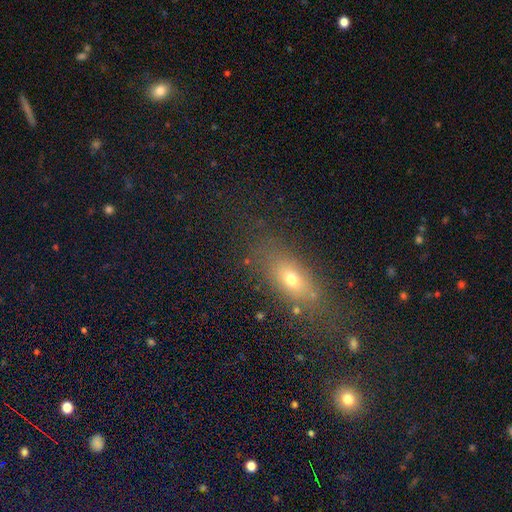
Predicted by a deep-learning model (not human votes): Smooth or featured?
  - smooth: 58% *
  - star or artifact: 25%
  - featured or disk: 17%
How rounded?
  - in between: 60% *
  - cigar-shaped: 24%
  - round: 16%
Merging?
  - none: 73% *
  - minor disturbance: 14%
  - major disturbance: 8%
  - merger: 5%